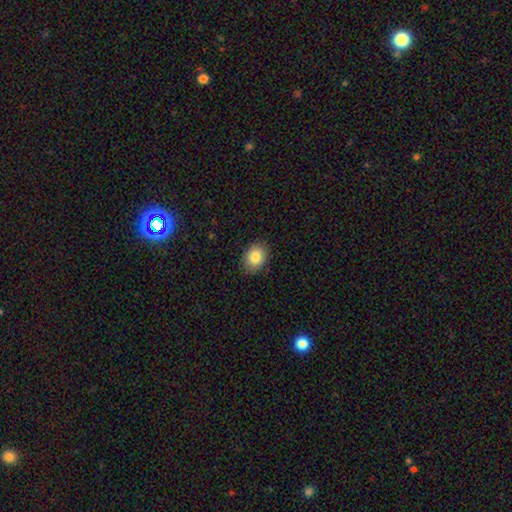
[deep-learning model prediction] Morphology: type=smooth (84%); roundness=in between (66%); merging=none (87%).